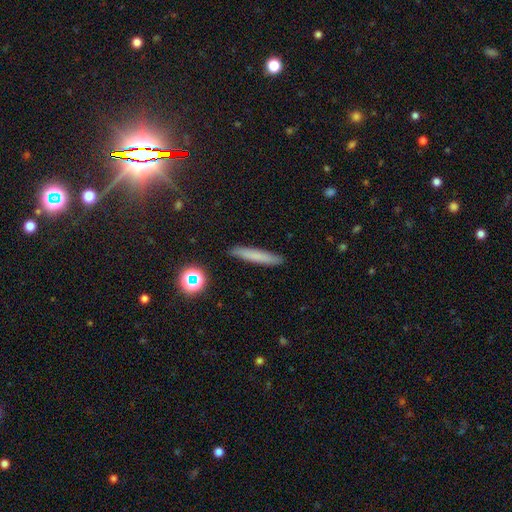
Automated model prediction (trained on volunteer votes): smooth 71%, featured or disk 18%, star or artifact 11%. Down the decision tree: how rounded — cigar-shaped (93%); merging — none (90%).